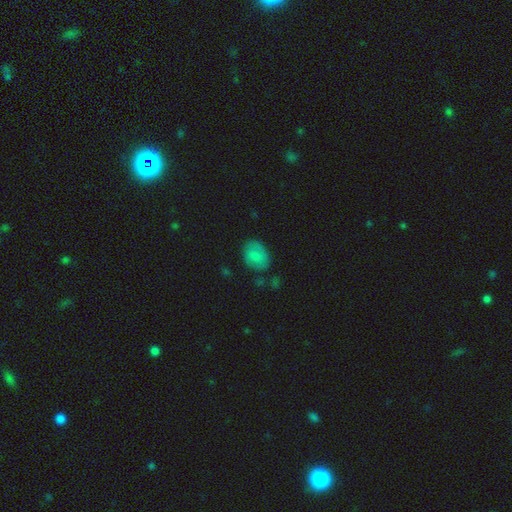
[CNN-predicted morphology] smooth_or_featured: smooth (p=0.74) [alt: featured or disk p=0.17]
how_rounded: in between (p=0.65) [alt: round p=0.34]
merging: none (p=0.70) [alt: minor disturbance p=0.20]